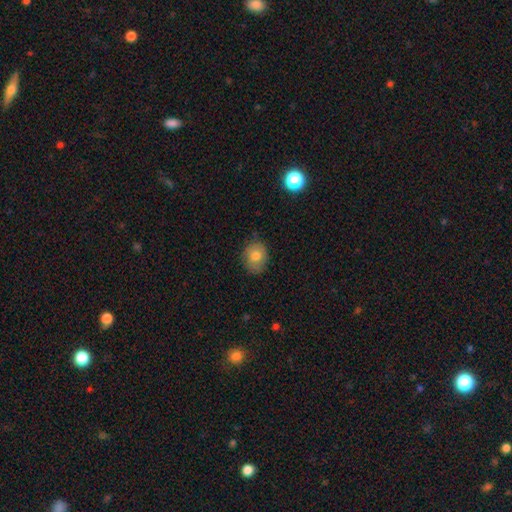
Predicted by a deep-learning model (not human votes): Q: Smooth or featured?
A: smooth (76%); runner-up: featured or disk (15%)
Q: How rounded?
A: round (56%); runner-up: in between (43%)
Q: Merging?
A: none (82%); runner-up: minor disturbance (14%)